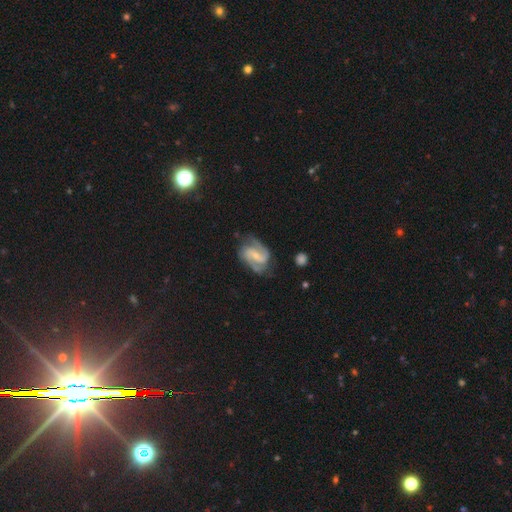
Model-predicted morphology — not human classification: Smooth or featured?
  - featured or disk: 88% *
  - smooth: 7%
  - star or artifact: 5%
Edge-on disk?
  - no: 98% *
  - yes: 2%
Bar?
  - weak: 47% *
  - no: 27%
  - strong: 26%
Spiral arms?
  - yes: 97% *
  - no: 3%
Spiral winding?
  - medium: 55% *
  - tight: 26%
  - loose: 19%
Spiral arm count?
  - 2: 85% *
  - 3: 6%
  - can't tell: 4%
  - 1: 2%
  - 4: 1%
  - more than 4: 1%
Bulge size?
  - small: 62% *
  - moderate: 32%
  - none: 4%
  - large: 1%
  - dominant: 1%
Merging?
  - none: 69% *
  - minor disturbance: 21%
  - major disturbance: 8%
  - merger: 2%